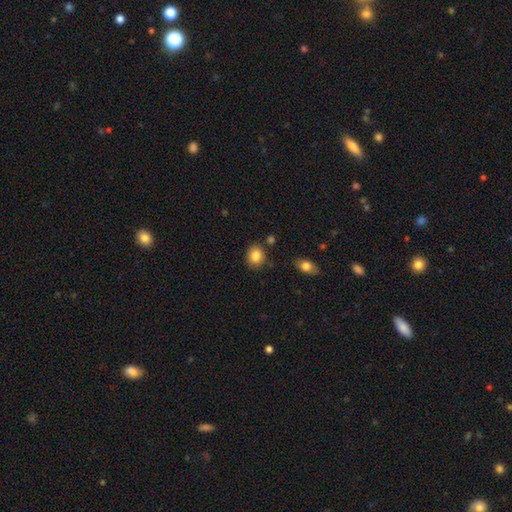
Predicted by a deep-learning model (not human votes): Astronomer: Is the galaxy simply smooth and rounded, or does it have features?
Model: smooth — 86%.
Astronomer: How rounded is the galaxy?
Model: round — 64%.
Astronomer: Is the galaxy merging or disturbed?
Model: none — 83%.